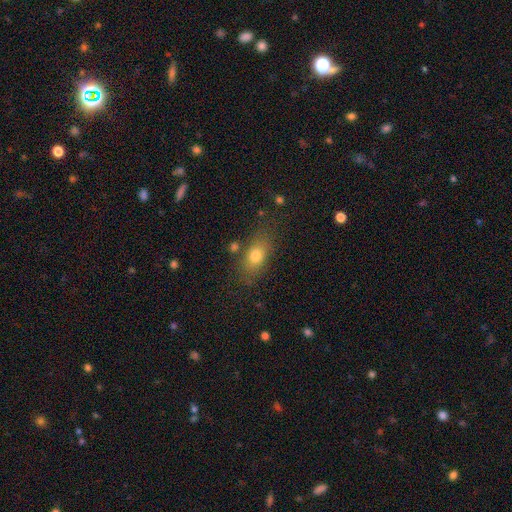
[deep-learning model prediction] Morphology: type=smooth (76%); roundness=in between (78%); merging=none (74%).